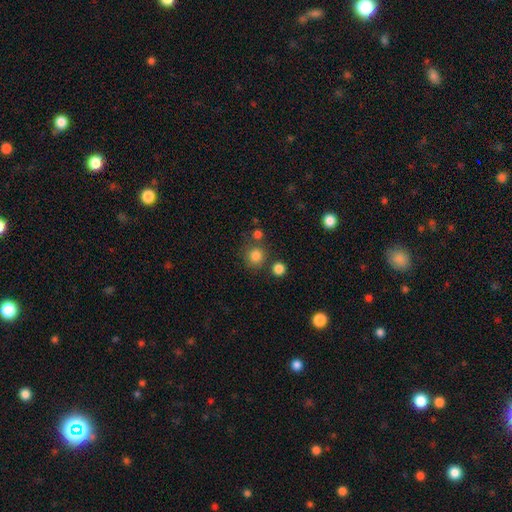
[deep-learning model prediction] A smooth galaxy with no disk features (82%) that is round (90%). Merging: none (75%).